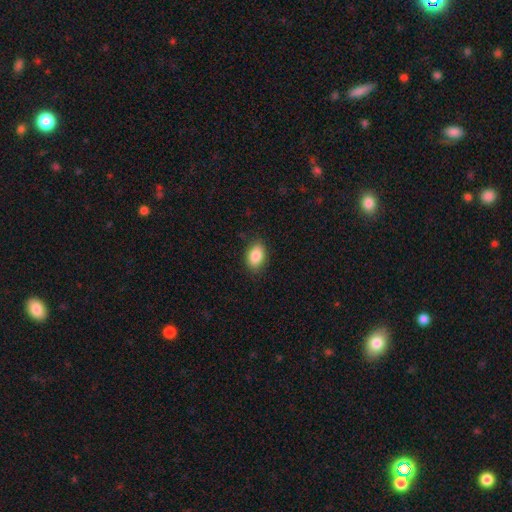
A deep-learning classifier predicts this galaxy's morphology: Smooth or featured?
  - smooth: 88% *
  - star or artifact: 7%
  - featured or disk: 5%
How rounded?
  - in between: 88% *
  - round: 11%
  - cigar-shaped: 1%
Merging?
  - none: 85% *
  - minor disturbance: 11%
  - major disturbance: 3%
  - merger: 1%